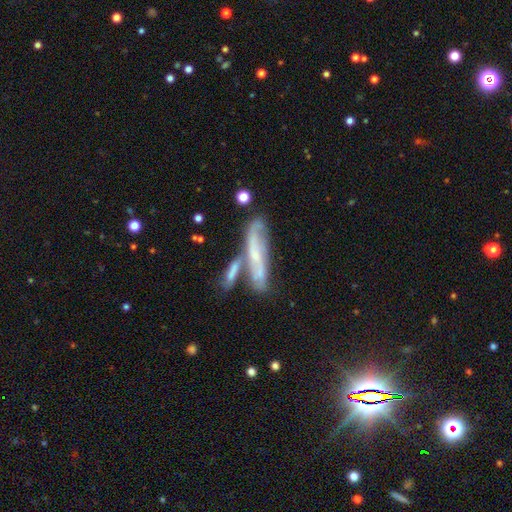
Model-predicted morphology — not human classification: Q: Smooth or featured?
A: featured or disk (63%); runner-up: smooth (29%)
Q: Edge-on disk?
A: no (57%); runner-up: yes (43%)
Q: Merging?
A: none (43%); runner-up: merger (31%)